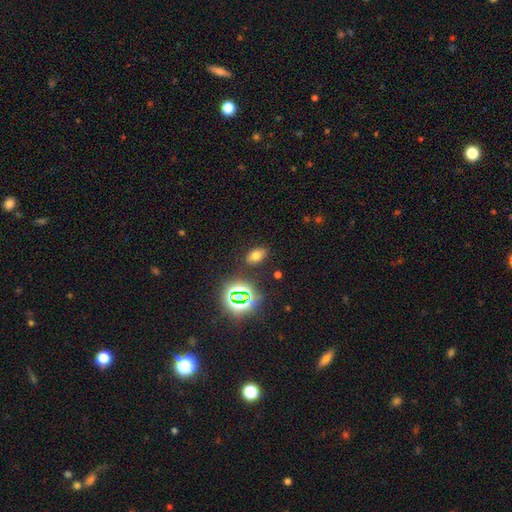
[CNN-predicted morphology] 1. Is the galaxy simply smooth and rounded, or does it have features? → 65% smooth, 26% star or artifact, 10% featured or disk.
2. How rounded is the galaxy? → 85% in between, 12% round, 2% cigar-shaped.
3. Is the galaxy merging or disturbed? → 83% none, 10% minor disturbance, 3% major disturbance, 3% merger.